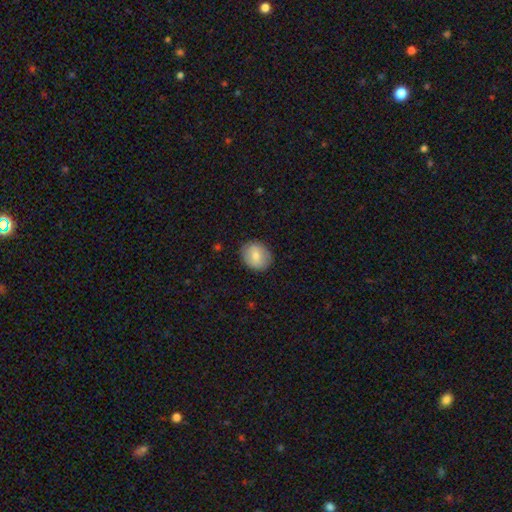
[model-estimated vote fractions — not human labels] This appears to be a smooth galaxy with no disk features (73%) that is round (59%). Merging: none (86%).